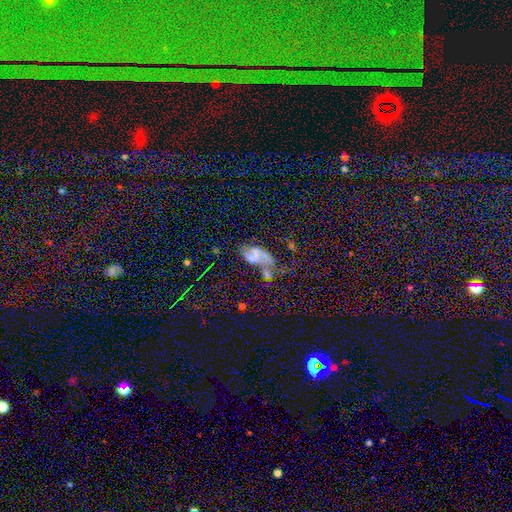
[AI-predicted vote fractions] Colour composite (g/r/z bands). It shows a featured or disk galaxy (50%). Merging: merger (35%).